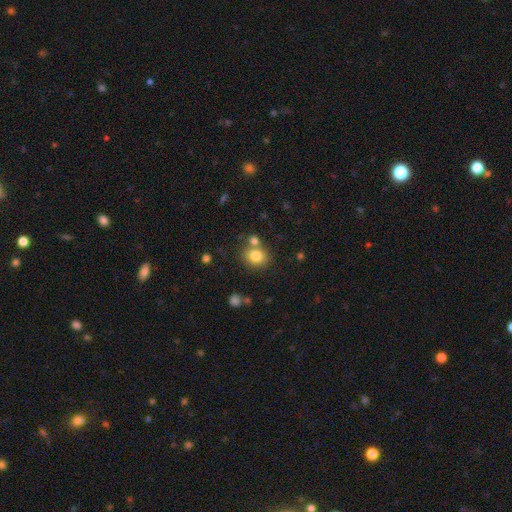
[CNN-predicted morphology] Smooth or featured? Predicted: smooth (p=0.81). How rounded? Predicted: round (p=0.70). Merging? Predicted: none (p=0.66).